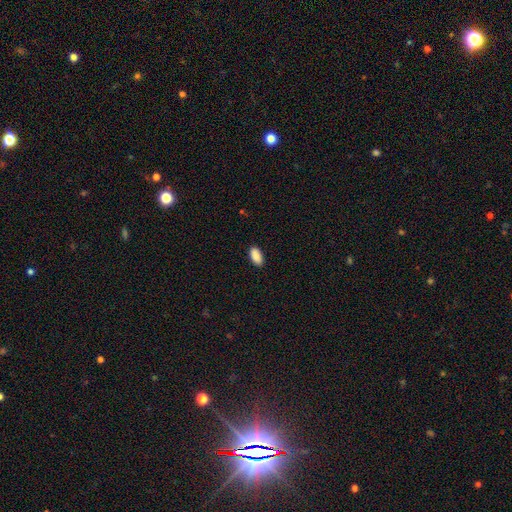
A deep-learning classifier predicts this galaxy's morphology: Smooth or featured: smooth — 90% (star or artifact — 7%)
How rounded: in between — 93% (cigar-shaped — 4%)
Merging: none — 87% (minor disturbance — 10%)